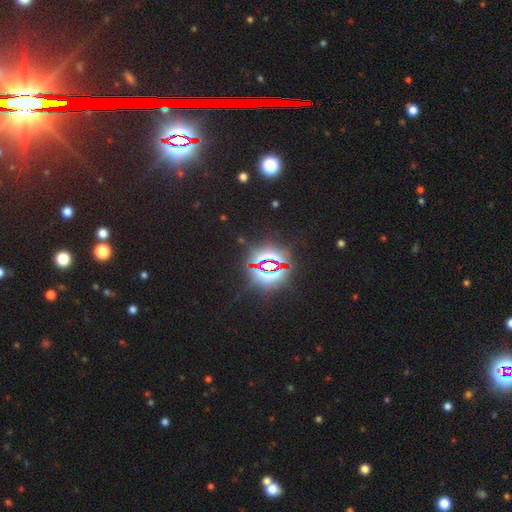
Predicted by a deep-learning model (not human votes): smooth_or_featured: star or artifact (p=0.83) [alt: smooth p=0.10]